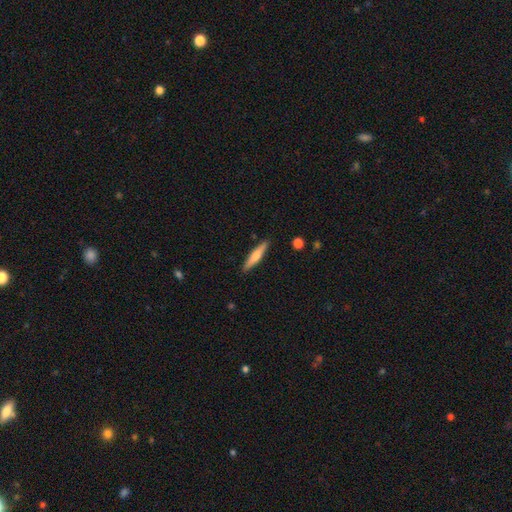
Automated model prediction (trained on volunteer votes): smooth-or-featured: smooth: 58% | featured or disk: 36% | star or artifact: 6%
  how-rounded: cigar-shaped: 89% | in between: 10% | round: 1%
  merging: none: 89% | minor disturbance: 8% | major disturbance: 2% | merger: 1%